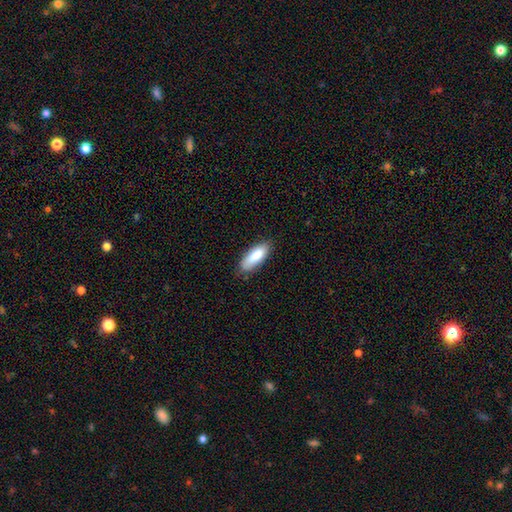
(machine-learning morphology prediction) Smooth or featured?
  - smooth: 85% *
  - featured or disk: 9%
  - star or artifact: 6%
How rounded?
  - in between: 68% *
  - cigar-shaped: 30%
  - round: 2%
Merging?
  - none: 81% *
  - minor disturbance: 15%
  - major disturbance: 3%
  - merger: 1%